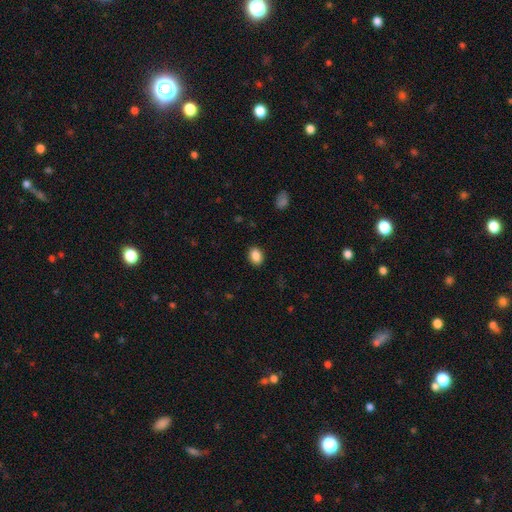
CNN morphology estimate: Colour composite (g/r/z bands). It shows a smooth galaxy with no disk features (88%) that is in between round and cigar-shaped (72%). Merging: none (89%).